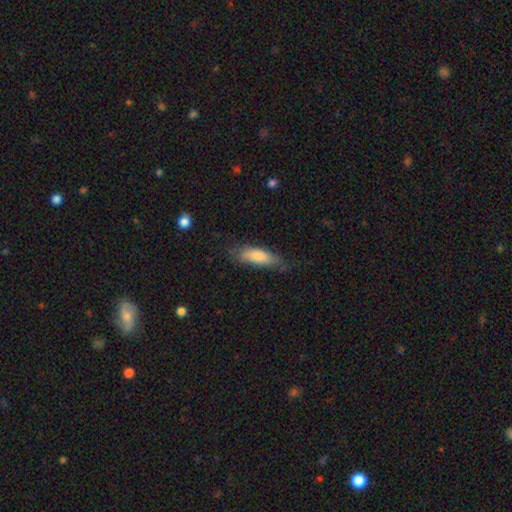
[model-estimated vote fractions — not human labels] Smooth or featured? Predicted: smooth (p=0.72). How rounded? Predicted: cigar-shaped (p=0.51). Merging? Predicted: none (p=0.64).